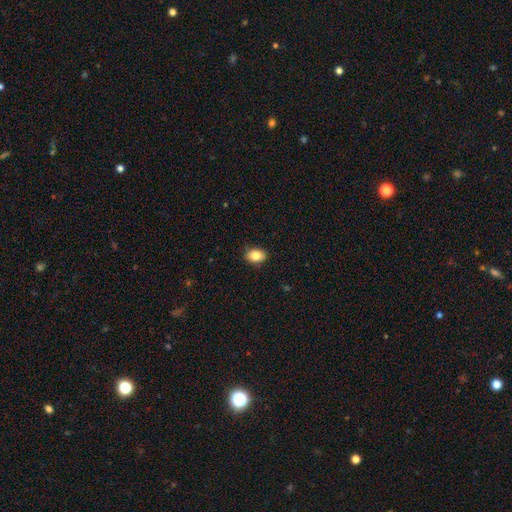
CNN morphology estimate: smooth_or_featured: smooth (p=0.84) [alt: star or artifact p=0.09]
how_rounded: in between (p=0.70) [alt: round p=0.29]
merging: none (p=0.85) [alt: minor disturbance p=0.12]